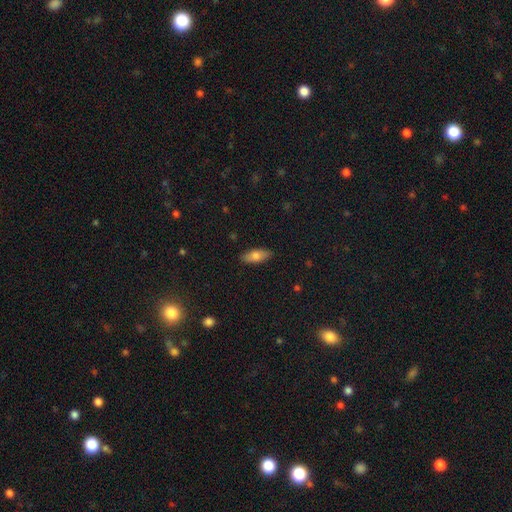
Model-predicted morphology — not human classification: A smooth galaxy with no disk features (76%) that is in between round and cigar-shaped (75%). Merging: none (88%).